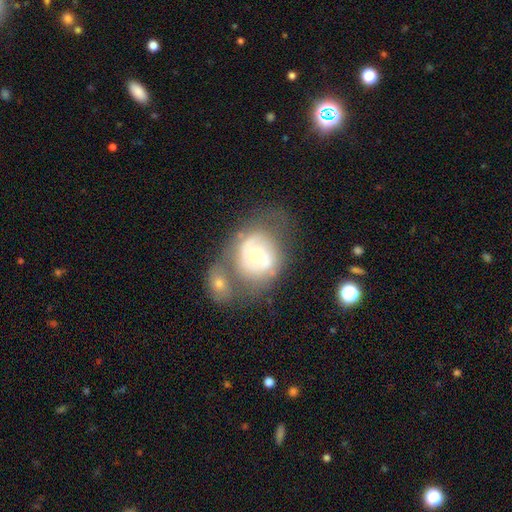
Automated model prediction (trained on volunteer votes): Morphology: type=featured or disk (60%); edge-on=no (96%); bar=no (76%); spiral arms=yes (55%); bulge=moderate (62%); merging=merger (37%).